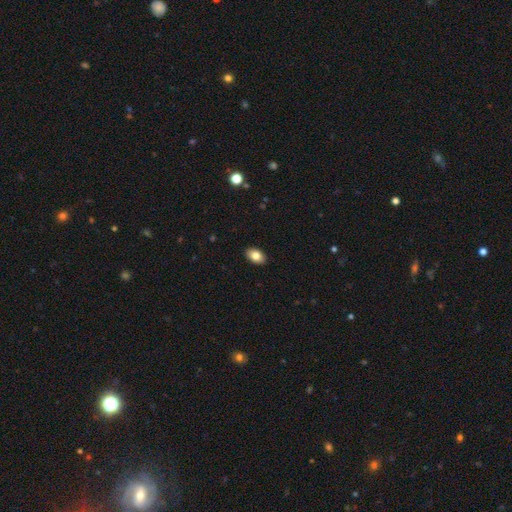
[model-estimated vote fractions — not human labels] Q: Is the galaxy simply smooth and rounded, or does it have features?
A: smooth — 83%.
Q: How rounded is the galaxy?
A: in between — 90%.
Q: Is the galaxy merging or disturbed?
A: none — 90%.